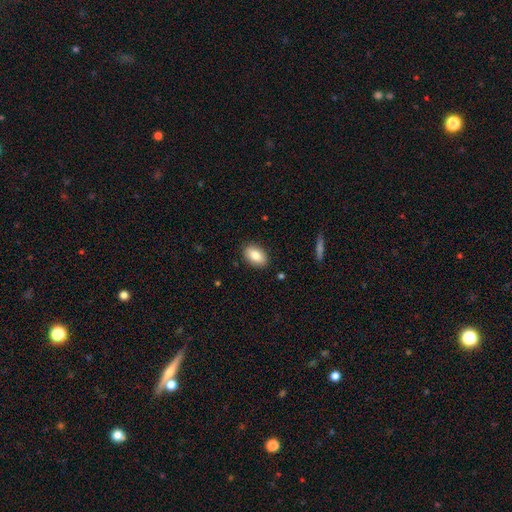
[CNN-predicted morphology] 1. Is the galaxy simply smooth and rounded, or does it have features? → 83% smooth, 10% featured or disk, 7% star or artifact.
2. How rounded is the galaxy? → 91% in between, 7% round, 2% cigar-shaped.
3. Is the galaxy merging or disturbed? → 88% none, 9% minor disturbance, 2% major disturbance, 1% merger.